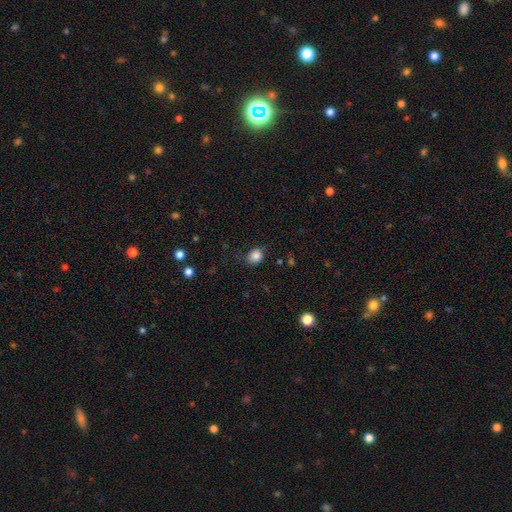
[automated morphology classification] smooth_or_featured: smooth (p=0.85) [alt: star or artifact p=0.11]
how_rounded: round (p=0.71) [alt: in between p=0.28]
merging: none (p=0.73) [alt: minor disturbance p=0.20]